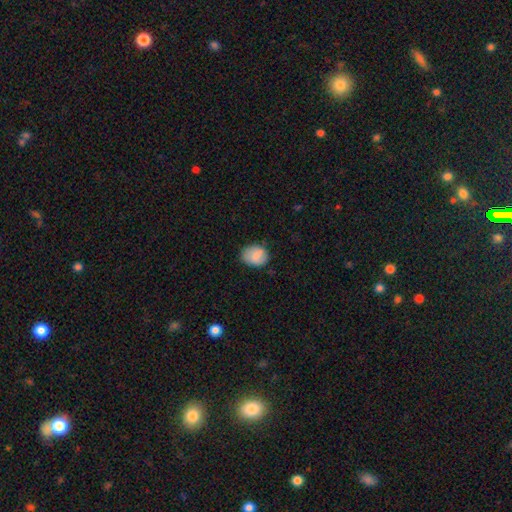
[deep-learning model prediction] smooth_or_featured: smooth (p=0.80) [alt: featured or disk p=0.13]
how_rounded: round (p=0.51) [alt: in between p=0.48]
merging: none (p=0.77) [alt: minor disturbance p=0.18]